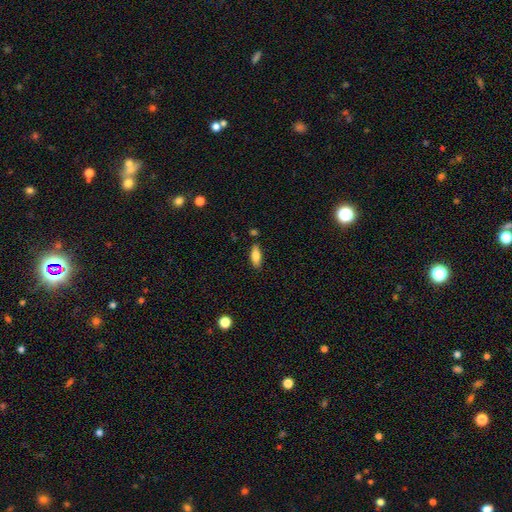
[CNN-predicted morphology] Smooth or featured: smooth — 81% (featured or disk — 12%)
How rounded: in between — 69% (cigar-shaped — 29%)
Merging: none — 81% (minor disturbance — 13%)